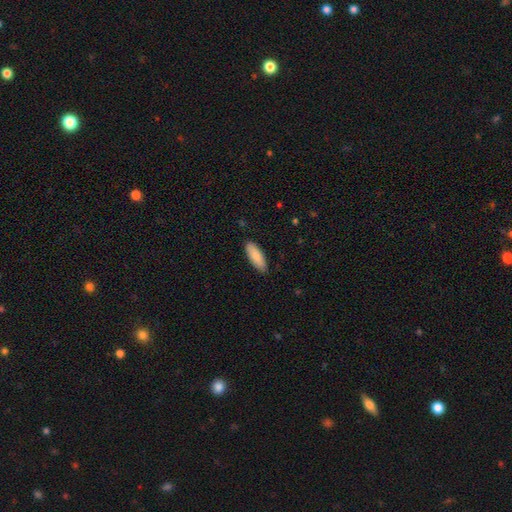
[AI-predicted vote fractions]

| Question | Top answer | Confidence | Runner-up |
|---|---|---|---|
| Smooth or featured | smooth | 87% | featured or disk (8%) |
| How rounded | in between | 65% | cigar-shaped (34%) |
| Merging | none | 86% | minor disturbance (11%) |